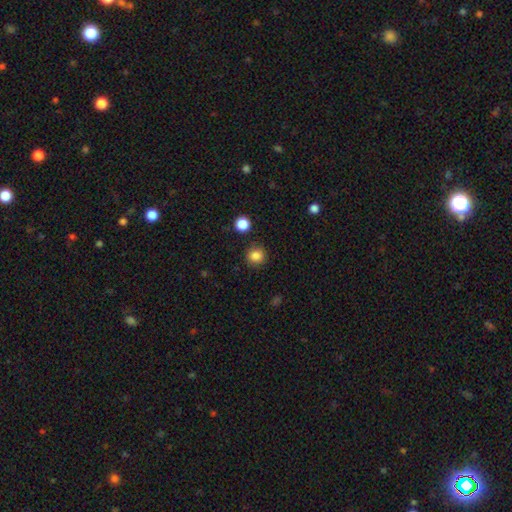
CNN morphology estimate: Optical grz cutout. It shows a smooth galaxy with no disk features (85%) that is round (91%). Merging: none (89%).